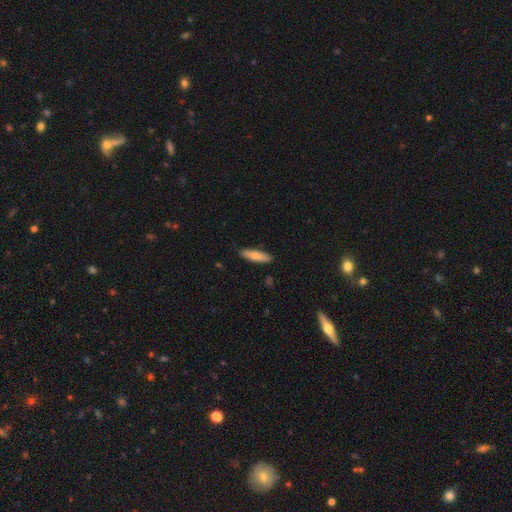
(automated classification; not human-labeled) A smooth galaxy with no disk features (75%) that is cigar-shaped (63%).

Vote fractions:
- Smooth or featured? smooth: 75% / featured or disk: 20% / star or artifact: 6%
- How rounded? cigar-shaped: 63% / in between: 35% / round: 2%
- Merging? none: 88% / minor disturbance: 9% / major disturbance: 2% / merger: 1%